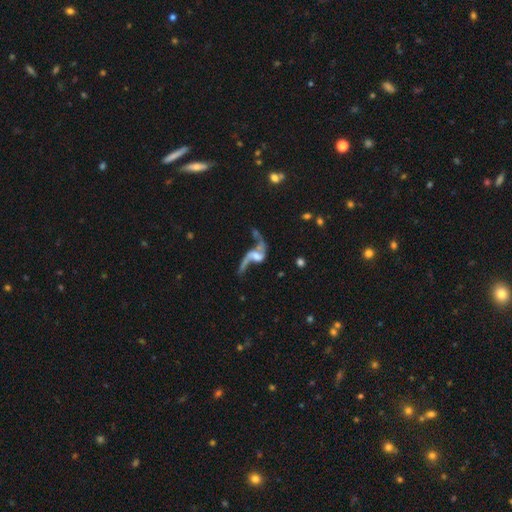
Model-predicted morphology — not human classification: A featured or disk galaxy (82%) with no bar (44%), 2 (87%) loose (92%) spiral arms (87%) and no central bulge (32%).

Vote fractions:
- Smooth or featured? featured or disk: 82% / smooth: 10% / star or artifact: 8%
- Edge-on disk? no: 94% / yes: 6%
- Bar? no: 44% / weak: 40% / strong: 17%
- Spiral arms? yes: 87% / no: 13%
- Spiral winding? loose: 92% / medium: 6% / tight: 2%
- Spiral arm count? 2: 87% / 1: 7% / can't tell: 3% / 3: 1% / 4: 1% / more than 4: 1%
- Bulge size? none: 32% / small: 28% / moderate: 27% / large: 10% / dominant: 2%
- Merging? none: 35% / major disturbance: 31% / merger: 21% / minor disturbance: 14%